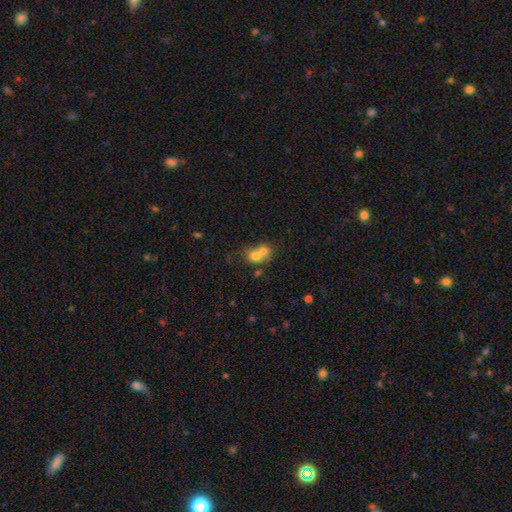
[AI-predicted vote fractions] Smooth or featured: smooth — 69% (featured or disk — 19%)
How rounded: round — 68% (in between — 31%)
Merging: merger — 70% (none — 22%)